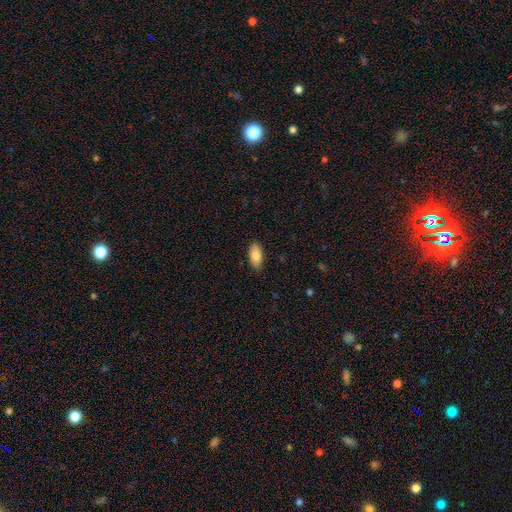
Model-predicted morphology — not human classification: This appears to be a smooth galaxy with no disk features (81%) that is in between round and cigar-shaped (90%). Merging: none (88%).